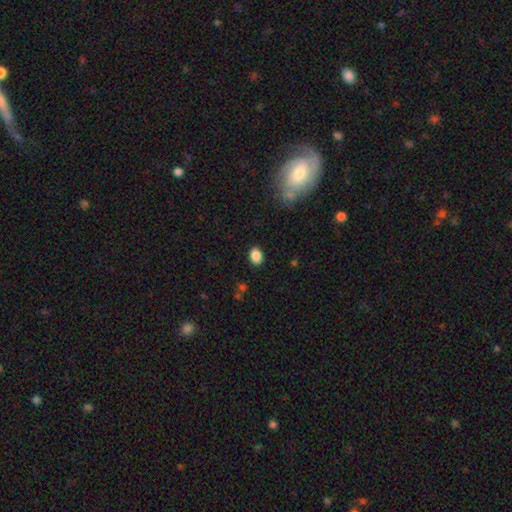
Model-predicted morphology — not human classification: This appears to be a smooth galaxy with no disk features (88%) that is in between round and cigar-shaped (79%). Merging: none (88%).